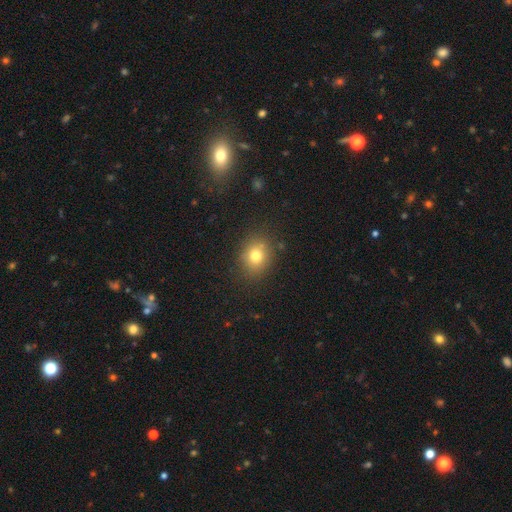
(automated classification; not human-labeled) smooth_or_featured: smooth (p=0.77) [alt: star or artifact p=0.13]
how_rounded: round (p=0.64) [alt: in between p=0.35]
merging: none (p=0.81) [alt: minor disturbance p=0.12]